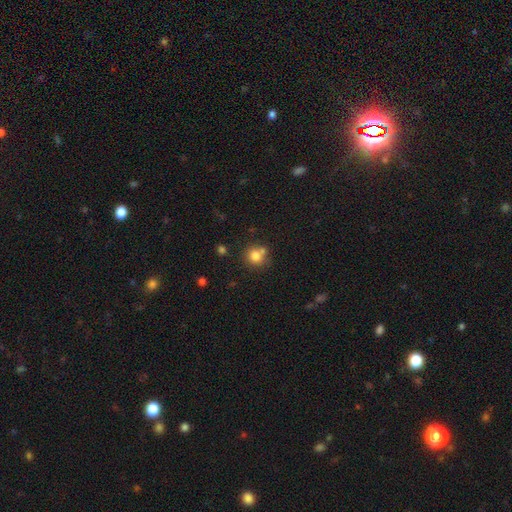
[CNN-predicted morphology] Q: Smooth or featured?
A: smooth (79%); runner-up: star or artifact (12%)
Q: How rounded?
A: round (88%); runner-up: in between (11%)
Q: Merging?
A: none (63%); runner-up: merger (23%)